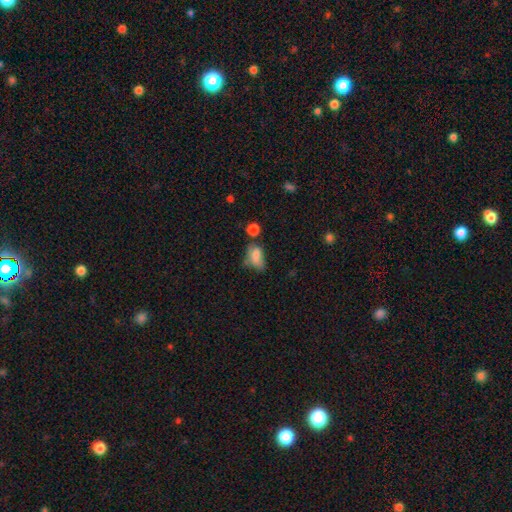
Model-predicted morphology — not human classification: smooth_or_featured: smooth (p=0.77) [alt: featured or disk p=0.12]
how_rounded: in between (p=0.87) [alt: round p=0.09]
merging: minor disturbance (p=0.33) [alt: none p=0.32]